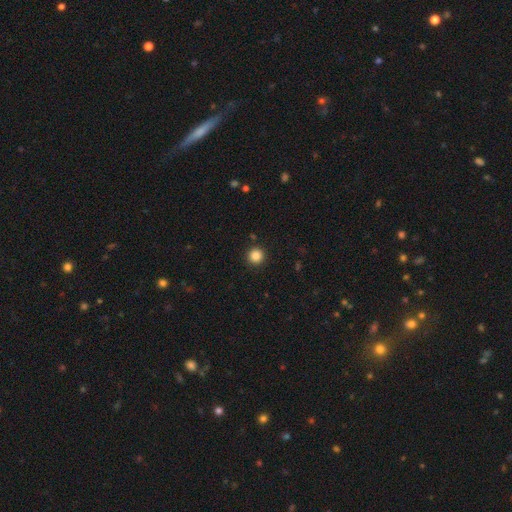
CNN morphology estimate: This is clearly a smooth galaxy (85%). How rounded: clearly round (95%). Merging: clearly none (92%).